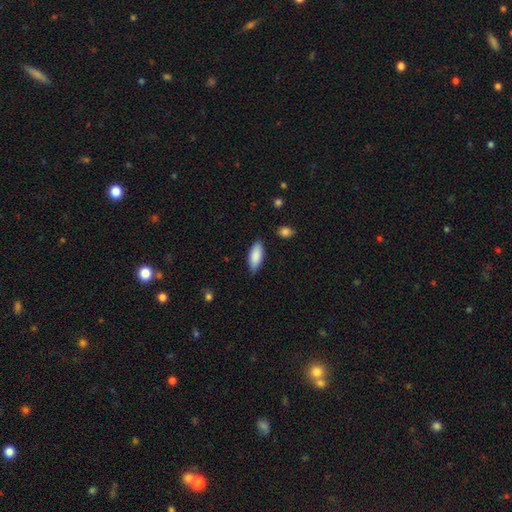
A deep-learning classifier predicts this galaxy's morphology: Smooth or featured? Predicted: smooth (p=0.88). How rounded? Predicted: in between (p=0.77). Merging? Predicted: none (p=0.83).